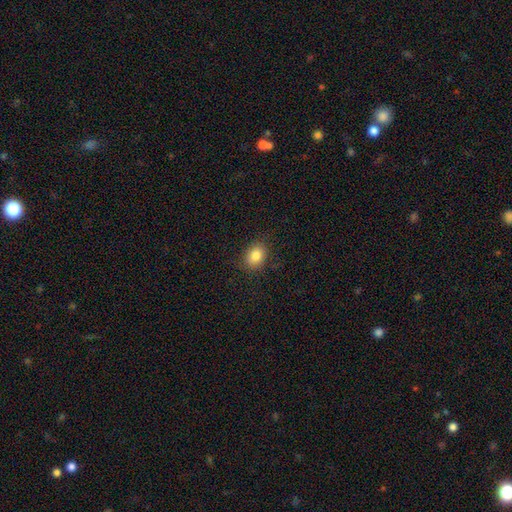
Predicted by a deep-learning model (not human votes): This appears to be a smooth galaxy with no disk features (84%) that is in between round and cigar-shaped (62%). Merging: none (86%).